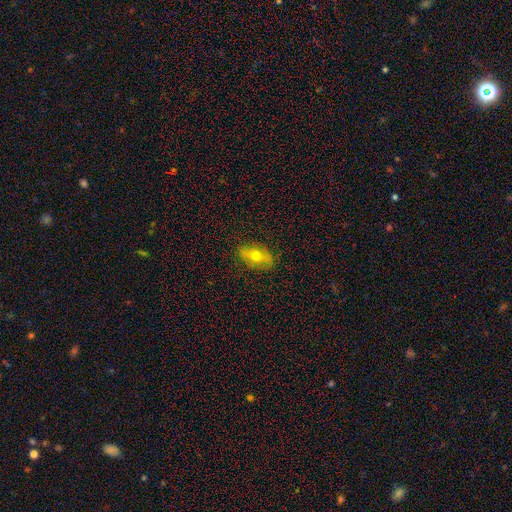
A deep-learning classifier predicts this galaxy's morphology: smooth-or-featured: smooth: 57% | featured or disk: 35% | star or artifact: 8%
  how-rounded: in between: 84% | round: 11% | cigar-shaped: 6%
  merging: none: 84% | minor disturbance: 12% | major disturbance: 3% | merger: 1%